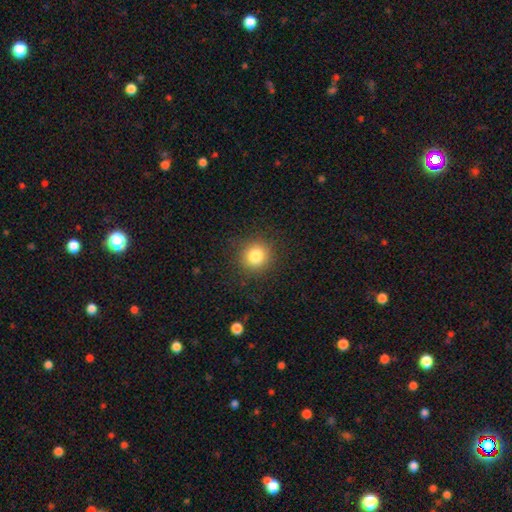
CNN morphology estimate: The model was most divided on "smooth or featured": smooth: 83%, star or artifact: 11%, featured or disk: 6%. More confident: how rounded — round (91%); merging — none (89%).